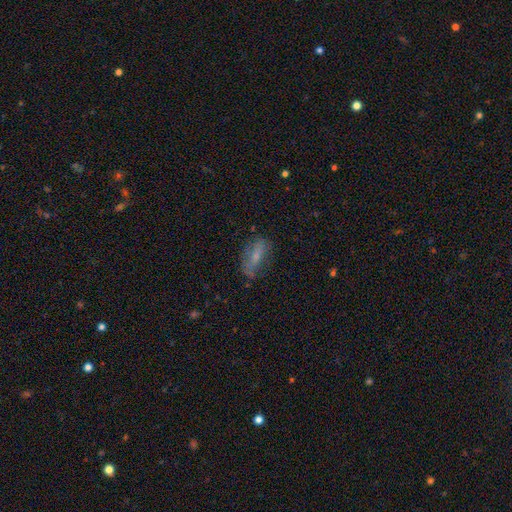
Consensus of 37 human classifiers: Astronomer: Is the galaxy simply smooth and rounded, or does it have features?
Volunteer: smooth — 65%.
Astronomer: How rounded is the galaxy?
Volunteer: in between — 67%.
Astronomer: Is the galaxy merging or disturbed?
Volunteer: none — 71%.